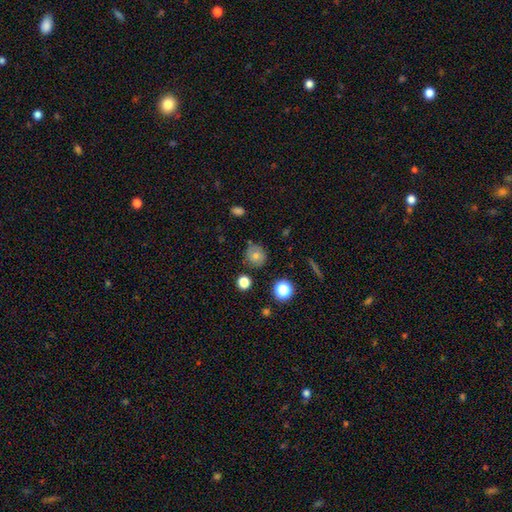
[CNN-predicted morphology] The model was most divided on "smooth or featured": smooth: 69%, featured or disk: 16%, star or artifact: 14%. More confident: how rounded — round (88%); merging — none (79%).